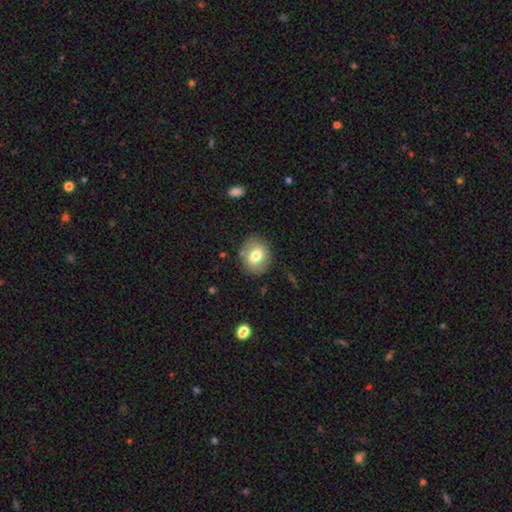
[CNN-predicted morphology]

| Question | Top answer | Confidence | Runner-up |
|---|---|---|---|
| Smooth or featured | smooth | 70% | featured or disk (22%) |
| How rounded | round | 55% | in between (44%) |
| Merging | none | 83% | minor disturbance (11%) |